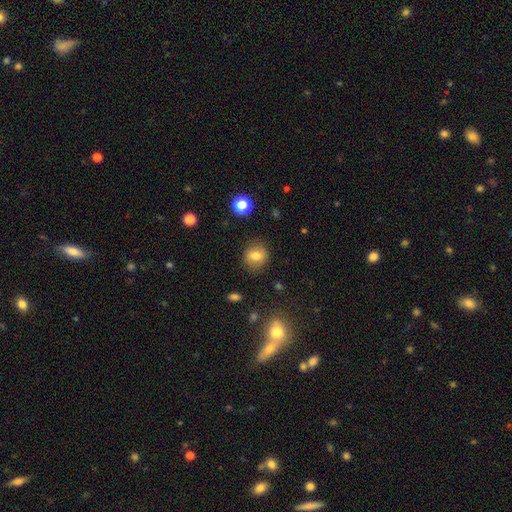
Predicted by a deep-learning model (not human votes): smooth_or_featured: smooth (p=0.76) [alt: featured or disk p=0.13]
how_rounded: round (p=0.70) [alt: in between p=0.29]
merging: none (p=0.82) [alt: minor disturbance p=0.12]